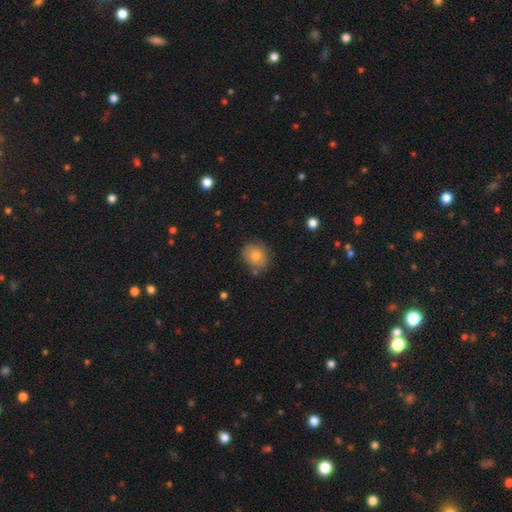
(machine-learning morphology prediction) Smooth or featured: smooth — 76% (featured or disk — 14%)
How rounded: round — 68% (in between — 31%)
Merging: none — 79% (minor disturbance — 15%)